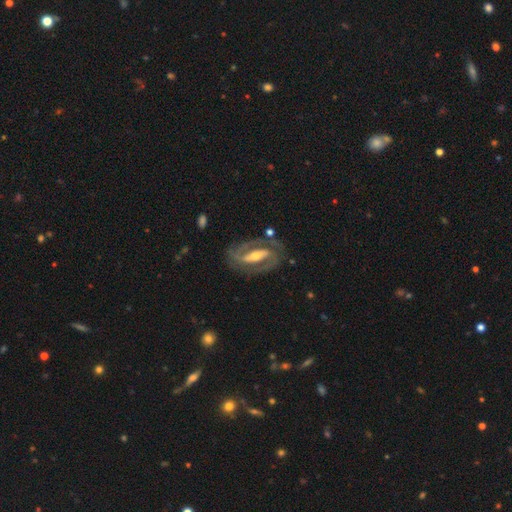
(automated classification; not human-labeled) Smooth or featured: featured or disk — 86% (smooth — 10%)
Edge-on disk: no — 92% (yes — 8%)
Bar: strong — 64% (weak — 21%)
Spiral arms: yes — 88% (no — 12%)
Spiral winding: medium — 46% (tight — 40%)
Spiral arm count: 2 — 88% (can't tell — 5%)
Bulge size: moderate — 56% (small — 35%)
Merging: none — 78% (minor disturbance — 13%)